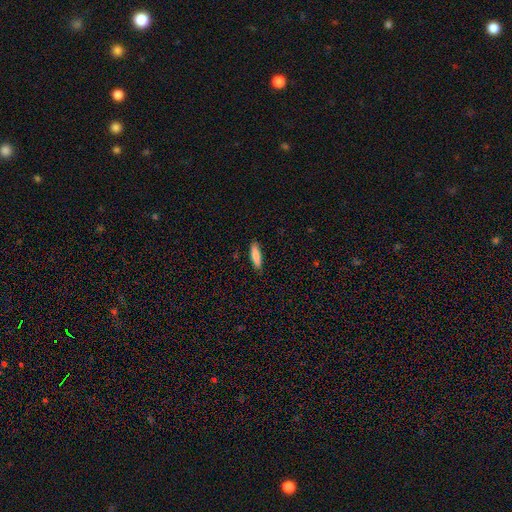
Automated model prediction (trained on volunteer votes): smooth-or-featured: smooth: 84% | featured or disk: 10% | star or artifact: 6%
  how-rounded: cigar-shaped: 68% | in between: 30% | round: 1%
  merging: none: 88% | minor disturbance: 9% | major disturbance: 2% | merger: 1%